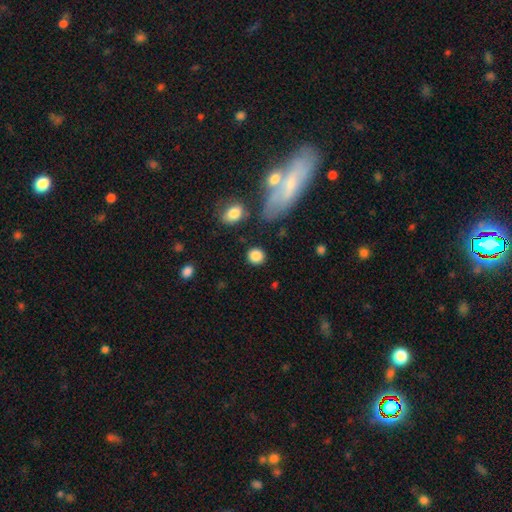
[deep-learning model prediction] smooth 86%, star or artifact 9%, featured or disk 6%. Down the decision tree: how rounded — round (83%); merging — none (84%).